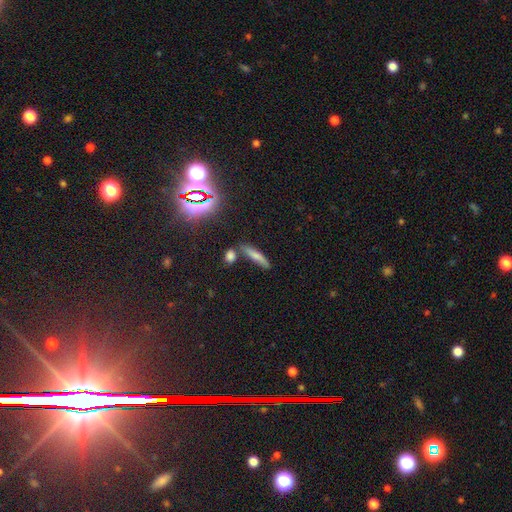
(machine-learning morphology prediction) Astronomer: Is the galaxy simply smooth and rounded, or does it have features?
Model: smooth — 65%.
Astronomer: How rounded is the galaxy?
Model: cigar-shaped — 80%.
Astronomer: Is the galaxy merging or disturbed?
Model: none — 70%.